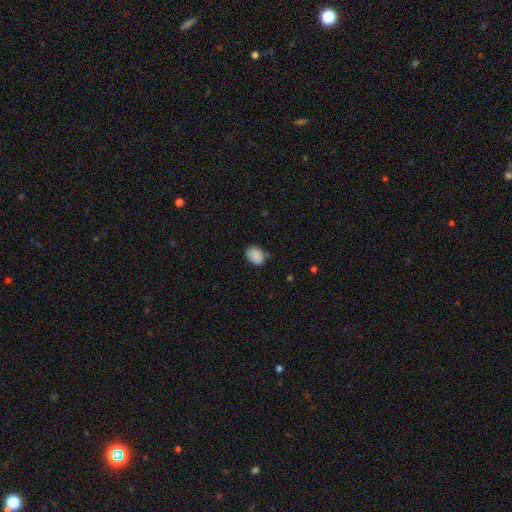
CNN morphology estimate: smooth 87%, star or artifact 7%, featured or disk 6%. Down the decision tree: how rounded — in between (71%); merging — none (69%).